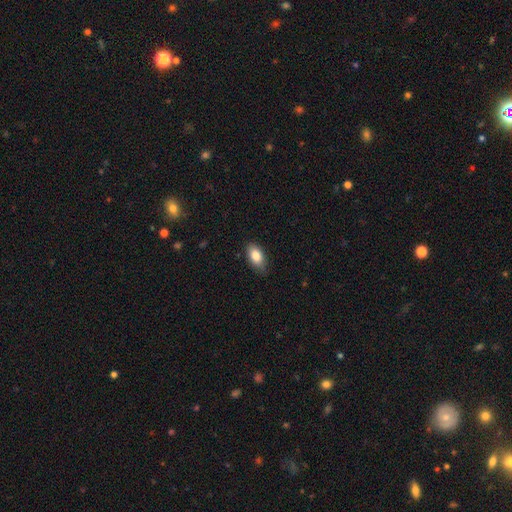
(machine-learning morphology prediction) A smooth galaxy with no disk features (84%) that is in between round and cigar-shaped (91%).

Vote fractions:
- Smooth or featured? smooth: 84% / featured or disk: 9% / star or artifact: 7%
- How rounded? in between: 91% / round: 6% / cigar-shaped: 3%
- Merging? none: 80% / minor disturbance: 17% / major disturbance: 3% / merger: 1%